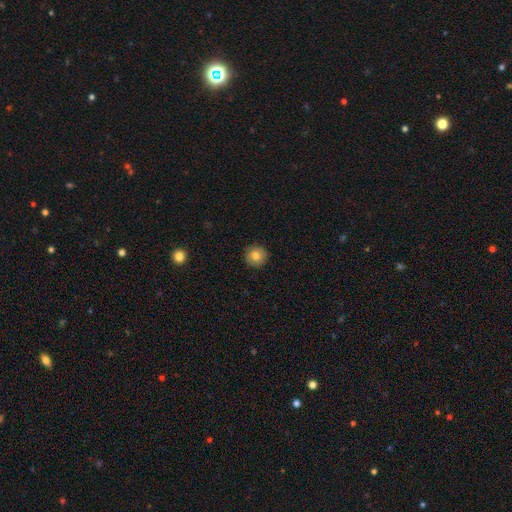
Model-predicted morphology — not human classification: Smooth or featured? smooth (79%)
How rounded? round (95%)
Merging? none (91%)